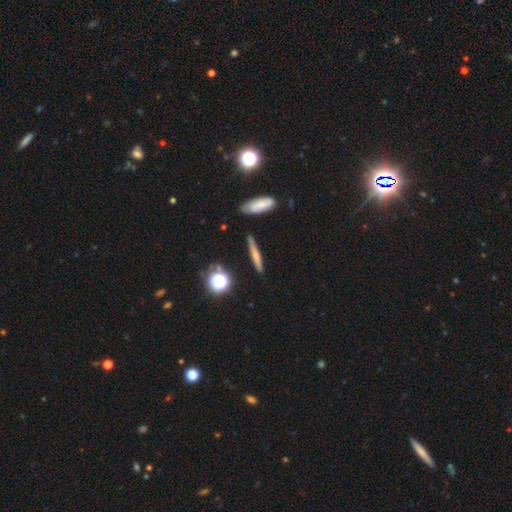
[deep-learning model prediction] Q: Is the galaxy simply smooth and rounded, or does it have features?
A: smooth — 58%.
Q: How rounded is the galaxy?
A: cigar-shaped — 85%.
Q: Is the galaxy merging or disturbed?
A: none — 85%.